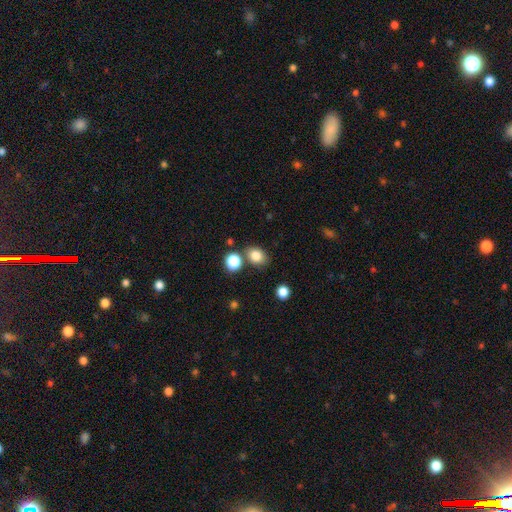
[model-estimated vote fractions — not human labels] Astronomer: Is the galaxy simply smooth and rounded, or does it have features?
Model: smooth — 83%.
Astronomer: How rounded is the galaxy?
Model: in between — 52% (runner-up: round, 47%).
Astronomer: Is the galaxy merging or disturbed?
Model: none — 73%.